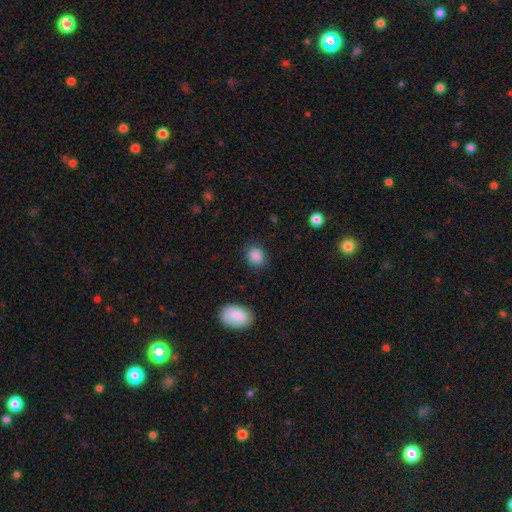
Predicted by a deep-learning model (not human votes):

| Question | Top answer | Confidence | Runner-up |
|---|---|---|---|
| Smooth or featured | smooth | 88% | star or artifact (9%) |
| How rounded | round | 68% | in between (31%) |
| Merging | none | 84% | minor disturbance (11%) |